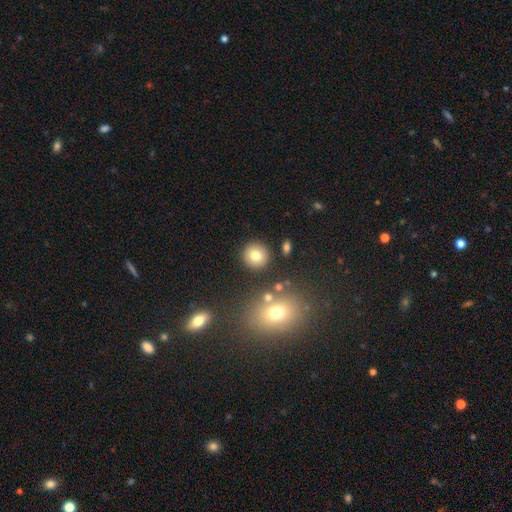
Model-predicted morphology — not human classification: Smooth or featured? smooth (79%)
How rounded? round (92%)
Merging? none (87%)